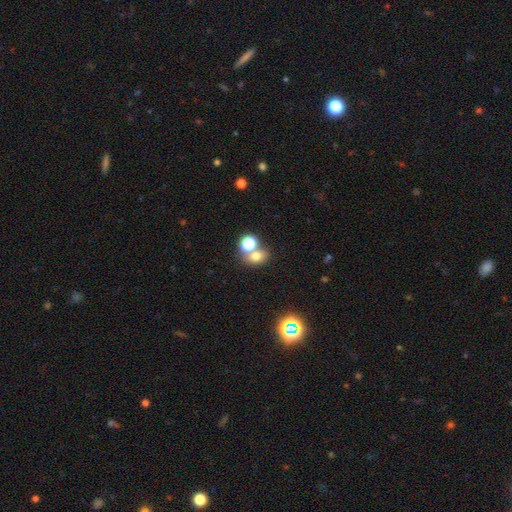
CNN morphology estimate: A smooth galaxy with no disk features (69%) that is round (53%). Merging: none (48%).